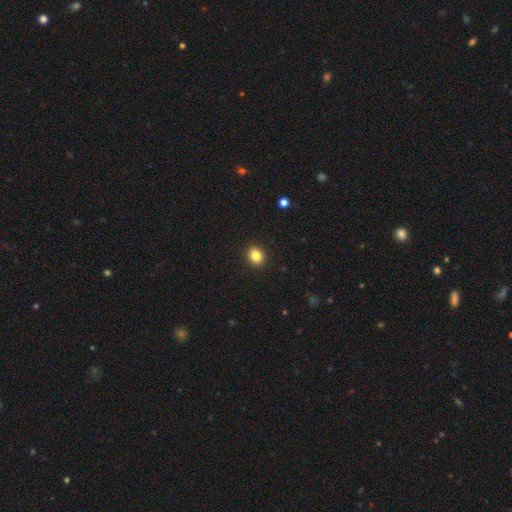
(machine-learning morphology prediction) Smooth or featured: smooth — 84% (star or artifact — 10%)
How rounded: round — 60% (in between — 39%)
Merging: none — 91% (minor disturbance — 6%)